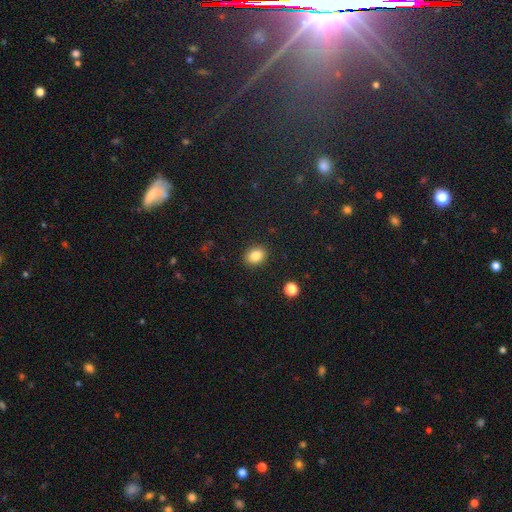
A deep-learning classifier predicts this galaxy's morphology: Overall: smooth (84%). How rounded: in between (55%; round 44%). Merging: none (90%).